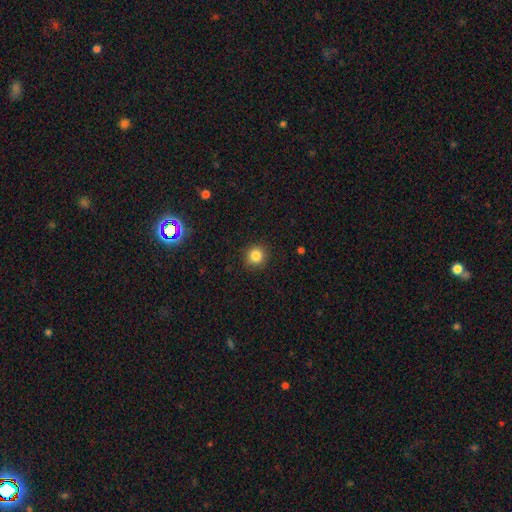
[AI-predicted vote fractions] This is clearly a smooth galaxy (84%). How rounded: clearly round (92%). Merging: clearly none (91%).